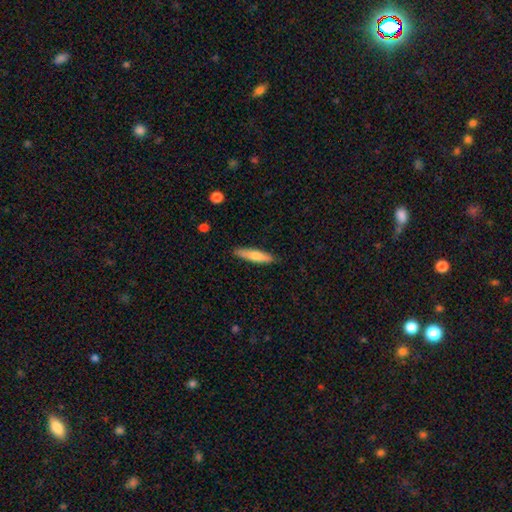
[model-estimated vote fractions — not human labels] Q: Smooth or featured?
A: smooth (67%); runner-up: featured or disk (27%)
Q: How rounded?
A: cigar-shaped (82%); runner-up: in between (17%)
Q: Merging?
A: none (89%); runner-up: minor disturbance (9%)